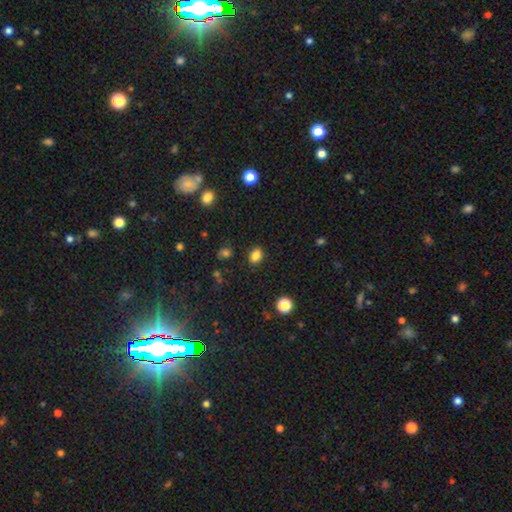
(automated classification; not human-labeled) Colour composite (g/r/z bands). It shows a smooth galaxy with no disk features (83%) that is in between round and cigar-shaped (72%). Merging: none (86%).